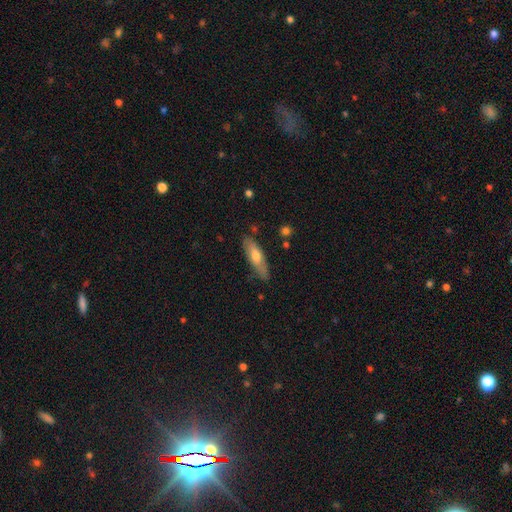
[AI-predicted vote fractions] Overall: smooth (56%; featured or disk 38%). How rounded: cigar-shaped (55%; in between 43%). Merging: none (80%).